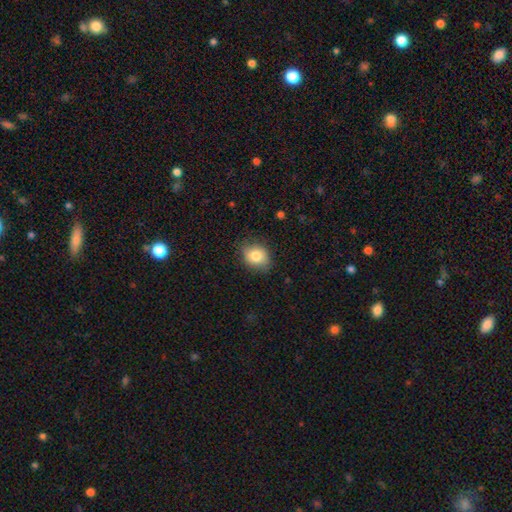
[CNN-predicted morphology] type=smooth (80%); roundness=round (50%); merging=none (78%).